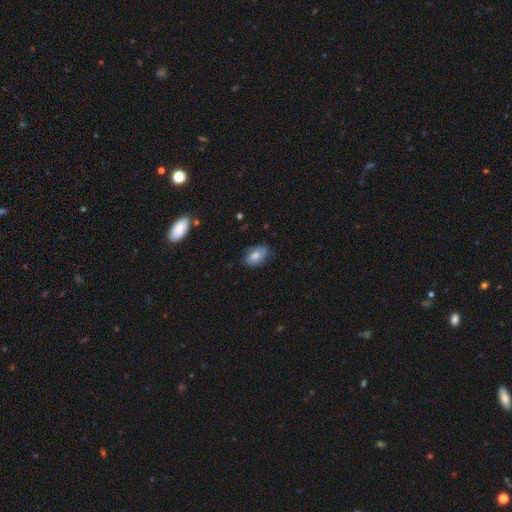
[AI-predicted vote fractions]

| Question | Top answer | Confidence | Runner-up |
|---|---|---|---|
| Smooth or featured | smooth | 66% | featured or disk (25%) |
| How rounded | in between | 86% | round (13%) |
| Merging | none | 72% | minor disturbance (22%) |